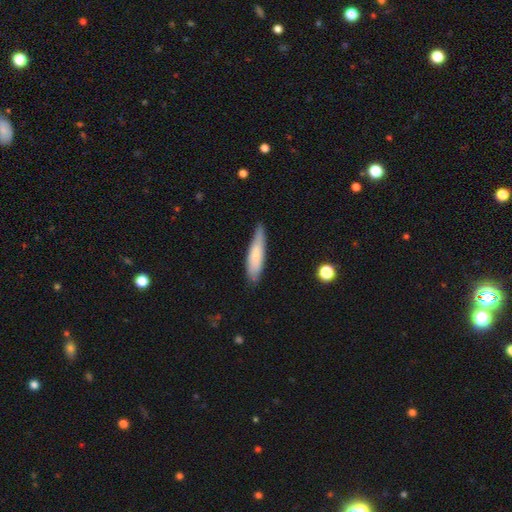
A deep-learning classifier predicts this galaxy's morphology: type=smooth (75%); roundness=cigar-shaped (72%); merging=none (74%).